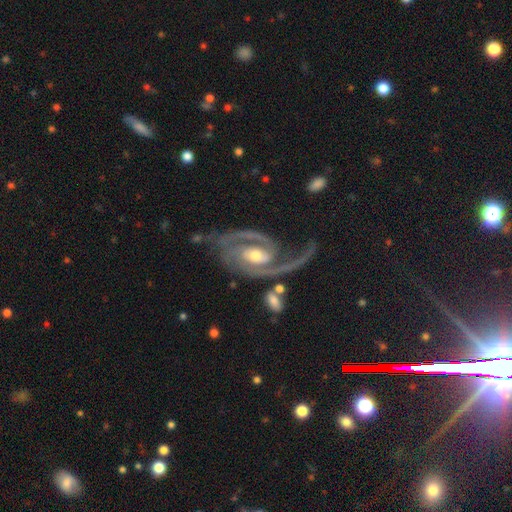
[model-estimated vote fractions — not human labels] A featured or disk galaxy (93%) with a weak bar (39%, tied with no), 2 (86%) medium (53%) spiral arms (98%) and a moderate central bulge (67%).

Vote fractions:
- Smooth or featured? featured or disk: 93% / star or artifact: 4% / smooth: 3%
- Edge-on disk? no: 97% / yes: 3%
- Bar? weak: 39% (tied) / no: 39% (tied) / strong: 22%
- Spiral arms? yes: 98% / no: 2%
- Spiral winding? medium: 53% / tight: 28% / loose: 19%
- Spiral arm count? 2: 86% / 1: 4% / 3: 4% / can't tell: 3% / 4: 2% / more than 4: 2%
- Bulge size? moderate: 67% / small: 25% / large: 5% / none: 1% / dominant: 1%
- Merging? none: 55% / major disturbance: 20% / minor disturbance: 19% / merger: 7%